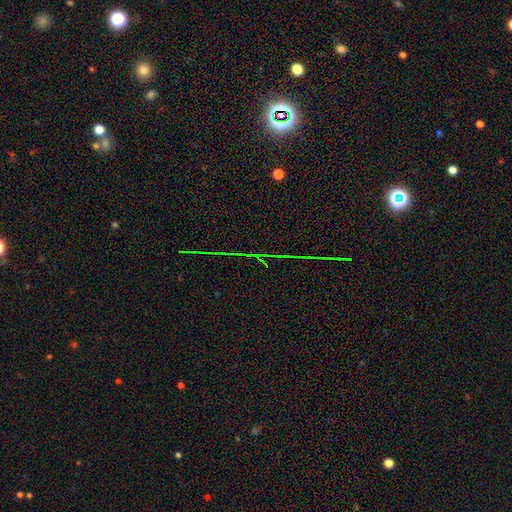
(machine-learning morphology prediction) Smooth or featured? Predicted: star or artifact (p=0.81).